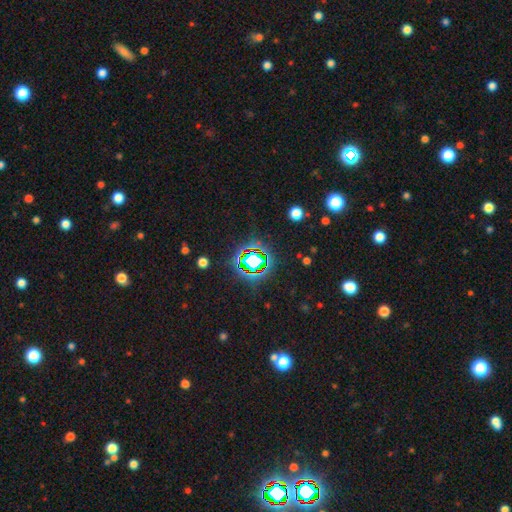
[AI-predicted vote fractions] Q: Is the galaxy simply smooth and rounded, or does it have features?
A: star or artifact — 78%.